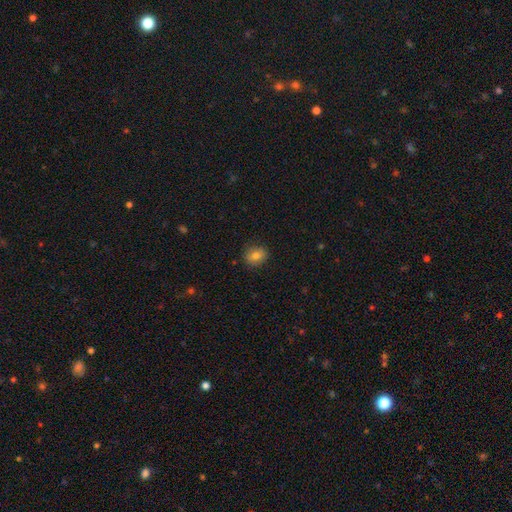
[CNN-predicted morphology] Smooth or featured: smooth — 79% (featured or disk — 11%)
How rounded: round — 57% (in between — 42%)
Merging: none — 86% (minor disturbance — 10%)